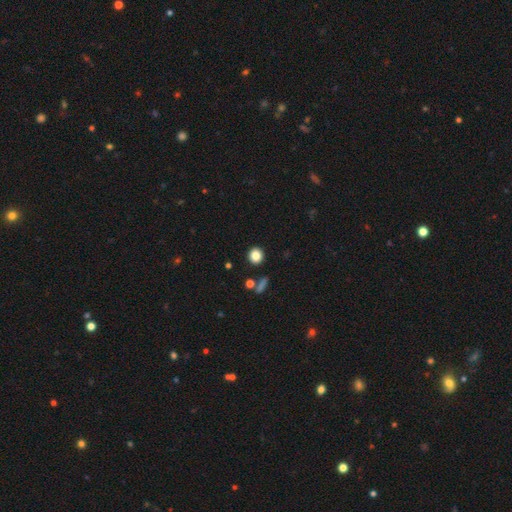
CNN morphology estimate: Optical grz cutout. It shows a smooth galaxy with no disk features (84%) that is round (85%). Merging: none (88%).